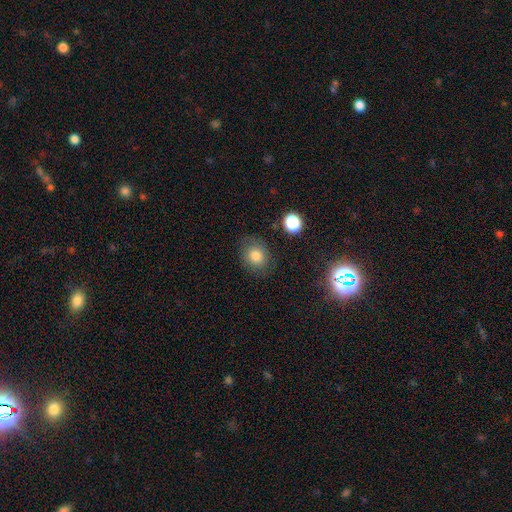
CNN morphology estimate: Smooth or featured? smooth (79%)
How rounded? round (60%)
Merging? none (80%)